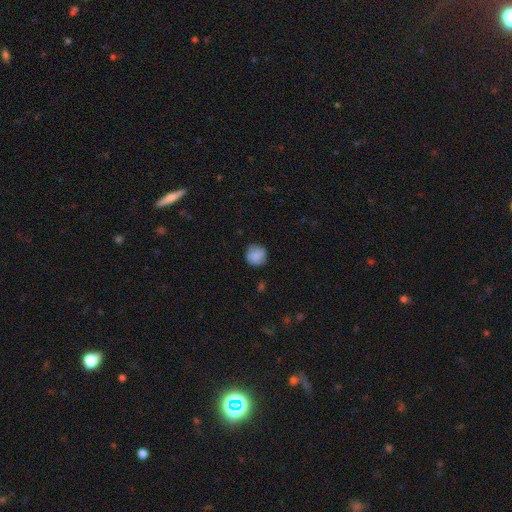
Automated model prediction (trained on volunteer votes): This appears to be a smooth galaxy with no disk features (85%) that is round (93%). Merging: none (82%).